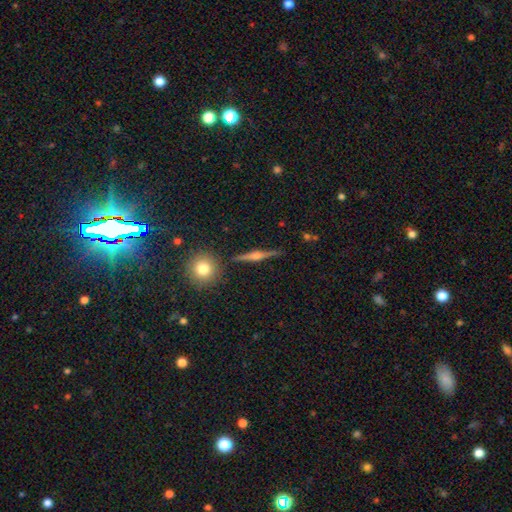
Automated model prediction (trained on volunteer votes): Morphology: type=featured or disk (78%); edge-on=yes (97%); edge-on bulge=rounded (90%); merging=none (89%).